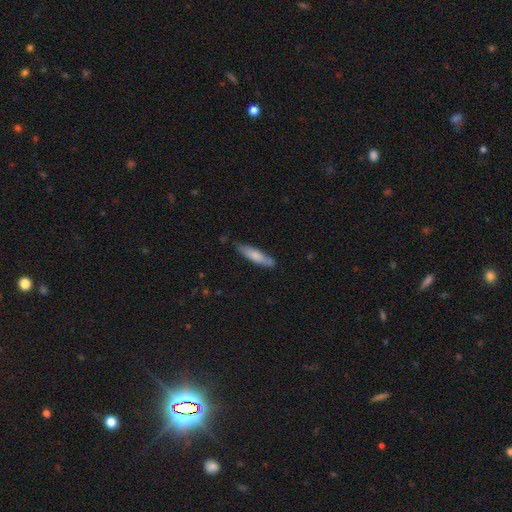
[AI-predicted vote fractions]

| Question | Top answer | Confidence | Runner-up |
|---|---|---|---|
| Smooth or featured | smooth | 75% | featured or disk (20%) |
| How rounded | cigar-shaped | 76% | in between (23%) |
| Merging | none | 74% | minor disturbance (20%) |